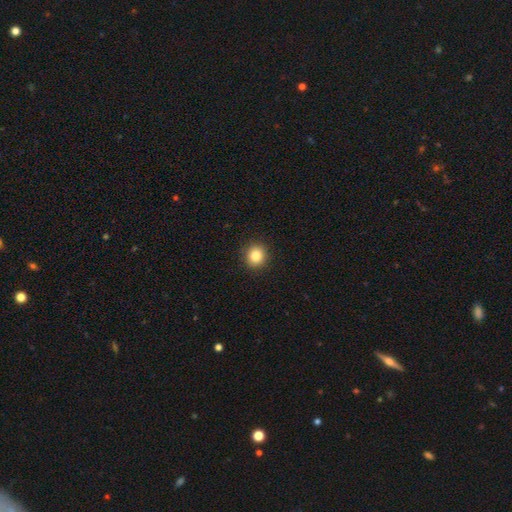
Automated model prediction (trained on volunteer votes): smooth-or-featured: smooth: 84% | star or artifact: 11% | featured or disk: 6%
  how-rounded: round: 87% | in between: 12% | cigar-shaped: 1%
  merging: none: 92% | minor disturbance: 5% | major disturbance: 2% | merger: 1%